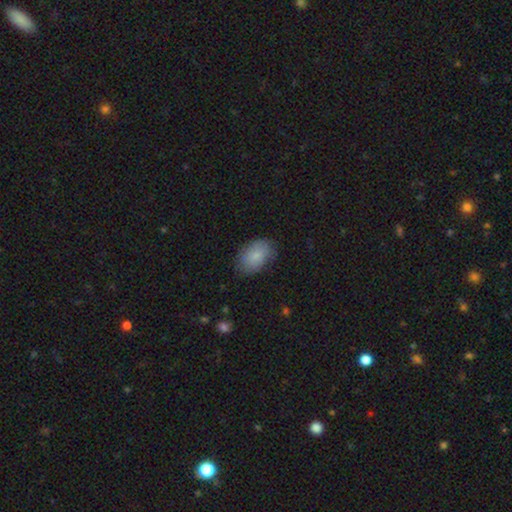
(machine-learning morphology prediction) Smooth or featured: smooth — 81% (featured or disk — 12%)
How rounded: in between — 88% (round — 11%)
Merging: none — 76% (minor disturbance — 18%)